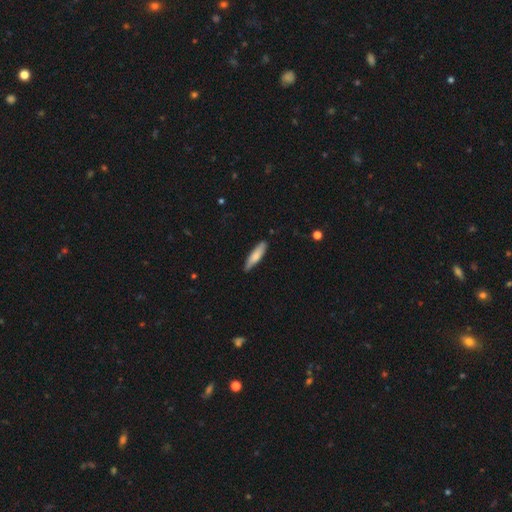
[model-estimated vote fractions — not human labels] smooth 74%, featured or disk 21%, star or artifact 5%. Down the decision tree: how rounded — cigar-shaped (76%); merging — none (82%).